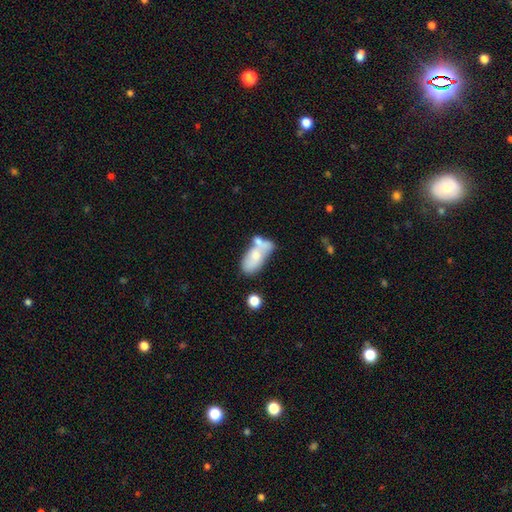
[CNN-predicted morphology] A smooth galaxy with no disk features (61%) that is in between round and cigar-shaped (88%). Merging: merger (52%).